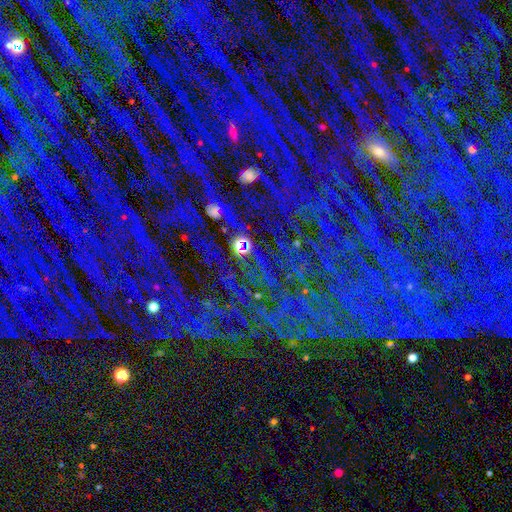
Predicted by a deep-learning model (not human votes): Smooth or featured?
  - star or artifact: 84% *
  - smooth: 8%
  - featured or disk: 8%